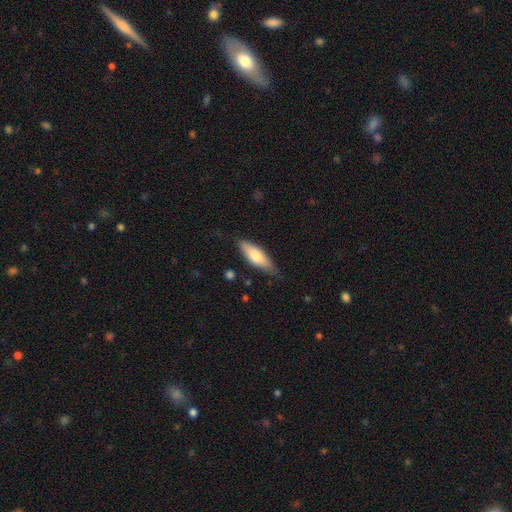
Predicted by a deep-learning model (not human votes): A smooth galaxy with no disk features (72%) that is in between round and cigar-shaped (57%).

Vote fractions:
- Smooth or featured? smooth: 72% / featured or disk: 23% / star or artifact: 5%
- How rounded? in between: 57% / cigar-shaped: 41% / round: 2%
- Merging? none: 74% / minor disturbance: 21% / major disturbance: 4% / merger: 2%